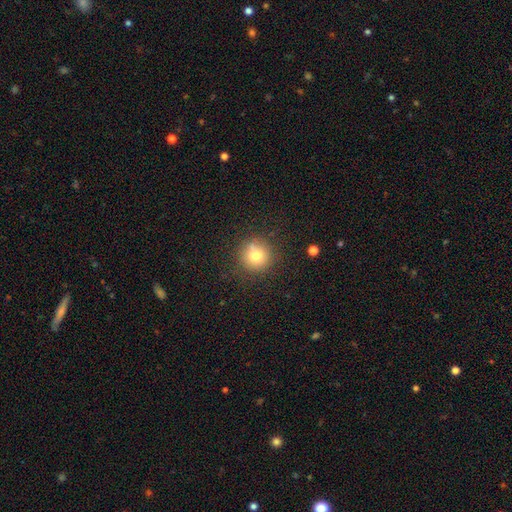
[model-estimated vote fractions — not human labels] A smooth galaxy with no disk features (75%) that is round (94%). Merging: none (79%).